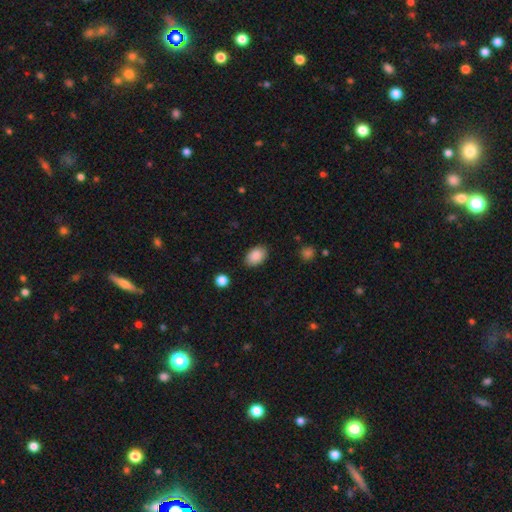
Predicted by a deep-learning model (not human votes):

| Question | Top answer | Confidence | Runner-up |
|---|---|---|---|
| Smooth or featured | smooth | 89% | star or artifact (7%) |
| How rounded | in between | 87% | round (12%) |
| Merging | none | 86% | minor disturbance (10%) |